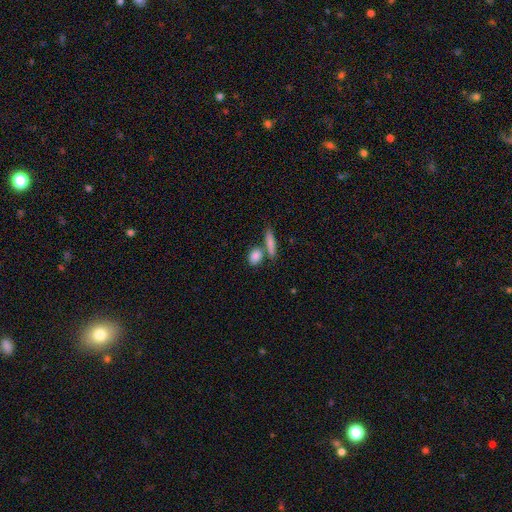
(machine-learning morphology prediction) Smooth or featured?
  - smooth: 85% *
  - featured or disk: 9%
  - star or artifact: 7%
How rounded?
  - in between: 48% *
  - round: 36%
  - cigar-shaped: 16%
Merging?
  - none: 62% *
  - merger: 23%
  - minor disturbance: 11%
  - major disturbance: 4%